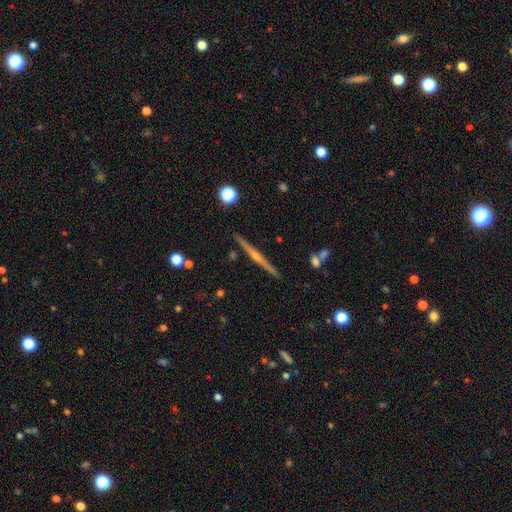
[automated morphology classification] A featured or disk galaxy (79%) viewed edge-on (98%) with a rounded central bulge (82%).

Vote fractions:
- Smooth or featured? featured or disk: 79% / smooth: 15% / star or artifact: 6%
- Edge-on disk? yes: 98% / no: 2%
- Edge-on bulge? rounded: 82% / none: 13% / boxy: 5%
- Merging? none: 91% / minor disturbance: 6% / merger: 2% / major disturbance: 1%